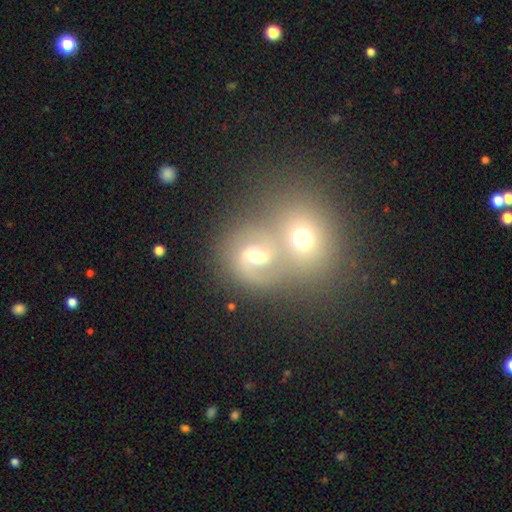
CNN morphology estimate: Smooth or featured? featured or disk (53%)
Edge-on disk? no (96%)
Bar? no (60%)
Spiral arms? yes (72%)
Bulge size? moderate (59%)
Merging? merger (66%)